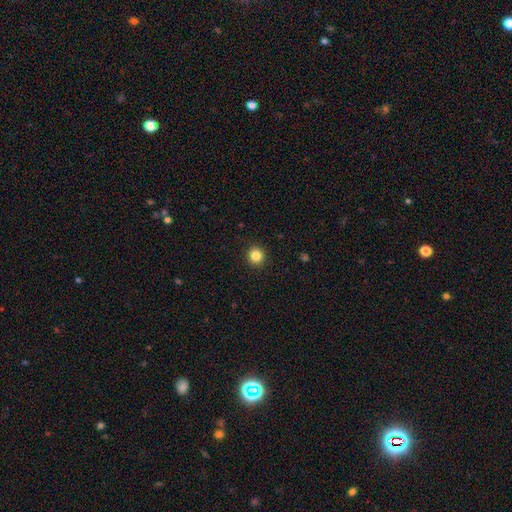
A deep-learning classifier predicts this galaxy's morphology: smooth 85%, star or artifact 11%, featured or disk 4%. Down the decision tree: how rounded — round (93%); merging — none (93%).